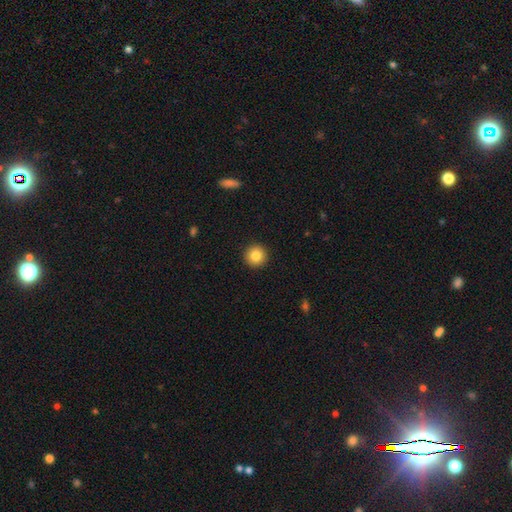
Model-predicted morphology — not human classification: Smooth or featured?
  - smooth: 84% *
  - star or artifact: 9%
  - featured or disk: 7%
How rounded?
  - round: 96% *
  - in between: 3%
  - cigar-shaped: 1%
Merging?
  - none: 93% *
  - minor disturbance: 4%
  - major disturbance: 2%
  - merger: 1%